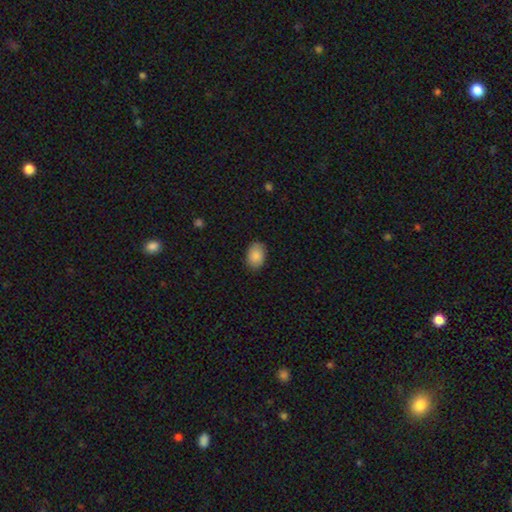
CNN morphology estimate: Overall: smooth (89%). How rounded: in between (85%). Merging: none (87%).